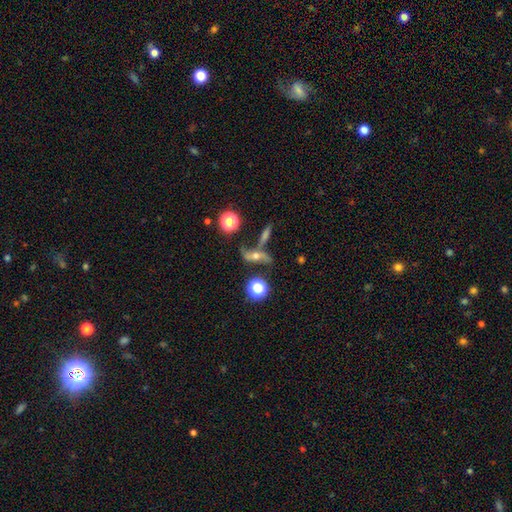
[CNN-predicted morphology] The model was most divided on "merging": none: 51%, merger: 24%, minor disturbance: 16%, major disturbance: 10%. More confident: edge-on disk — no (67%); smooth or featured — featured or disk (57%).